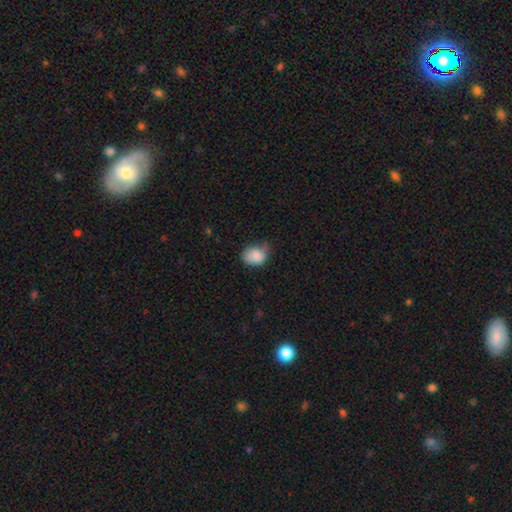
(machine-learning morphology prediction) Smooth or featured?
  - smooth: 85% *
  - star or artifact: 8%
  - featured or disk: 7%
How rounded?
  - in between: 58% *
  - round: 41%
  - cigar-shaped: 1%
Merging?
  - minor disturbance: 45% *
  - none: 40%
  - major disturbance: 13%
  - merger: 3%